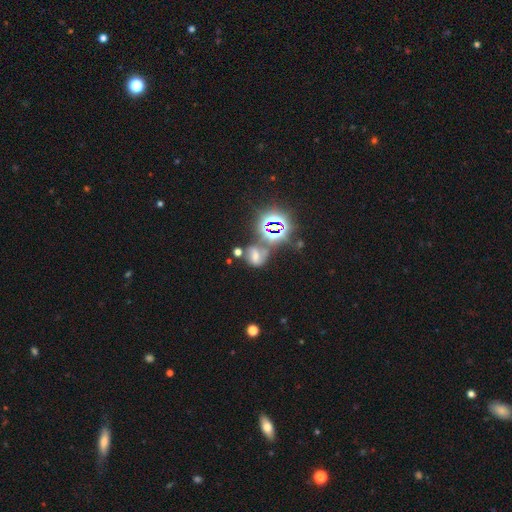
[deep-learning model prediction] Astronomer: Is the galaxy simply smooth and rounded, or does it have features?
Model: star or artifact — 37% (runner-up: smooth, 33%).